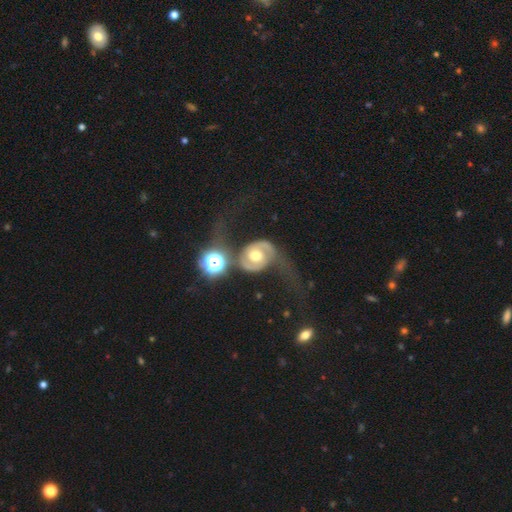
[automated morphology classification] Smooth or featured?
  - featured or disk: 80% *
  - smooth: 13%
  - star or artifact: 7%
Edge-on disk?
  - no: 97% *
  - yes: 3%
Bar?
  - no: 67% *
  - weak: 24%
  - strong: 9%
Spiral arms?
  - yes: 90% *
  - no: 10%
Spiral winding?
  - loose: 49% *
  - medium: 36%
  - tight: 15%
Spiral arm count?
  - 2: 89% *
  - 1: 4%
  - can't tell: 4%
  - 3: 1%
  - 4: 1%
  - more than 4: 1%
Bulge size?
  - moderate: 75% *
  - large: 13%
  - small: 10%
  - dominant: 2%
  - none: 1%
Merging?
  - none: 41% *
  - major disturbance: 32%
  - minor disturbance: 17%
  - merger: 10%